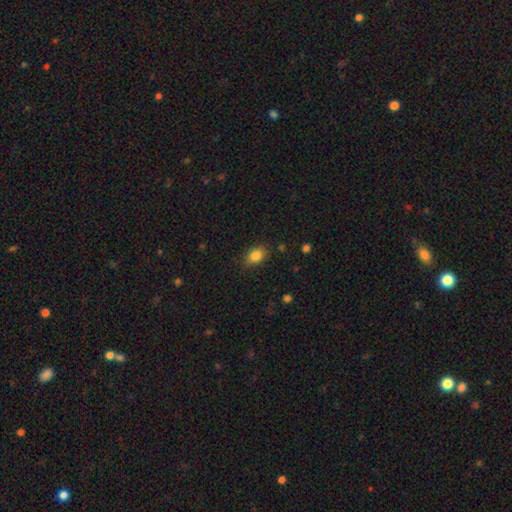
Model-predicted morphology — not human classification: smooth-or-featured: smooth: 85% | star or artifact: 9% | featured or disk: 6%
  how-rounded: in between: 79% | round: 20% | cigar-shaped: 2%
  merging: none: 82% | minor disturbance: 14% | major disturbance: 3% | merger: 1%